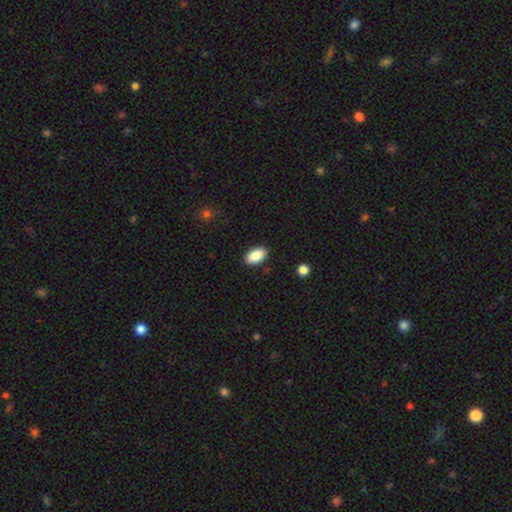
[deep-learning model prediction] Morphology: type=smooth (89%); roundness=in between (94%); merging=none (89%).